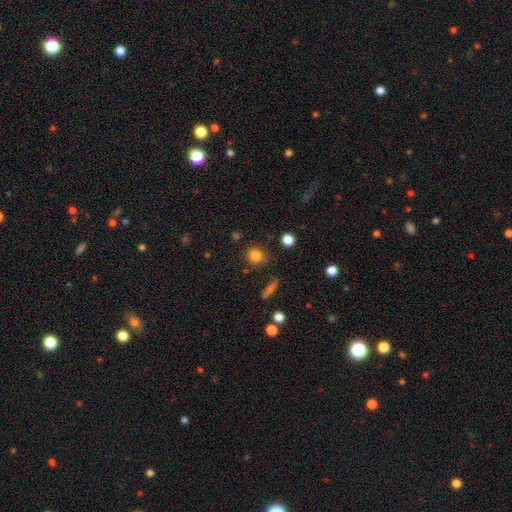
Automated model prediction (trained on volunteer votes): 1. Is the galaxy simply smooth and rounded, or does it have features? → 82% smooth, 12% star or artifact, 6% featured or disk.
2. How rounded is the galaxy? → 84% round, 15% in between, 1% cigar-shaped.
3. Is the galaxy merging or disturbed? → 80% none, 13% minor disturbance, 4% major disturbance, 4% merger.